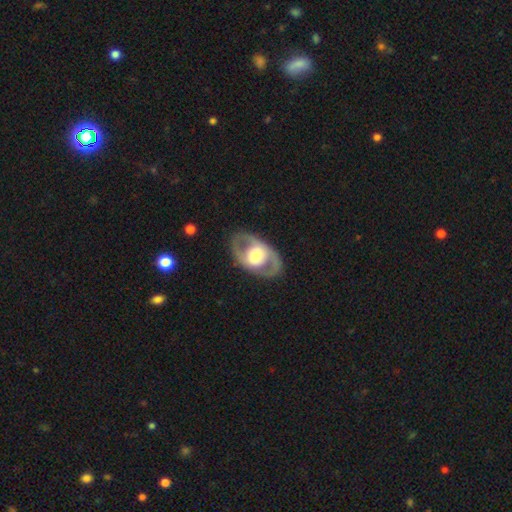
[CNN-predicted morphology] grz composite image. It shows a featured or disk galaxy (68%) with no bar (66%), no spiral arms (54%) and a large central bulge (54%). Merging: none (81%).